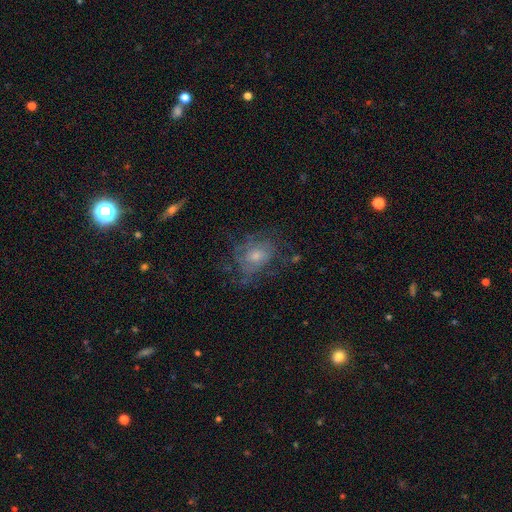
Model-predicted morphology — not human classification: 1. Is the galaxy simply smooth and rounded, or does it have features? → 58% featured or disk, 27% smooth, 15% star or artifact.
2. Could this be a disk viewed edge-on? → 96% no, 4% yes.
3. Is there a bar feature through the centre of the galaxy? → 74% no, 22% weak, 4% strong.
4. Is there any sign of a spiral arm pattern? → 70% yes, 30% no.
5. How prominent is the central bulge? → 45% moderate, 42% small, 6% large, 5% none, 1% dominant.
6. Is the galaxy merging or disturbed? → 61% none, 20% minor disturbance, 18% major disturbance, 2% merger.